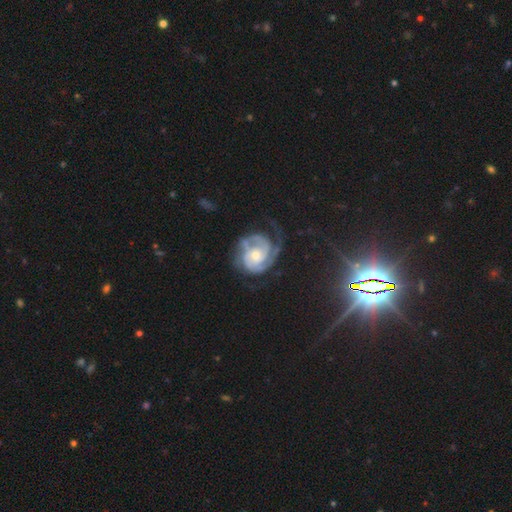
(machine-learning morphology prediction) Smooth or featured: featured or disk — 89% (smooth — 7%)
Edge-on disk: no — 98% (yes — 2%)
Bar: no — 69% (weak — 25%)
Spiral arms: yes — 97% (no — 3%)
Spiral winding: tight — 63% (medium — 30%)
Spiral arm count: 2 — 49% (3 — 22%)
Bulge size: moderate — 56% (small — 37%)
Merging: none — 57% (minor disturbance — 21%)